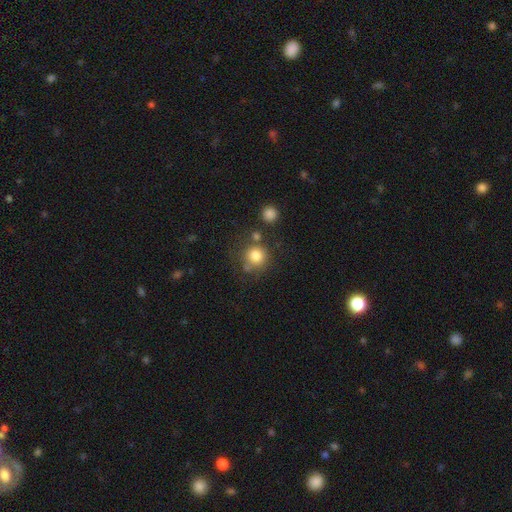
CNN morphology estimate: smooth_or_featured: smooth (p=0.81) [alt: star or artifact p=0.11]
how_rounded: round (p=0.89) [alt: in between p=0.10]
merging: none (p=0.66) [alt: minor disturbance p=0.14]